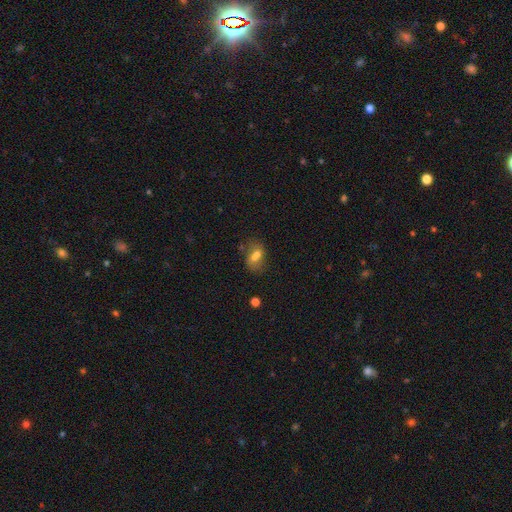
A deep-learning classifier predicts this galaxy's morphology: This is likely a smooth galaxy (64%). How rounded: likely in between (75%). Merging: marginally none (45%).